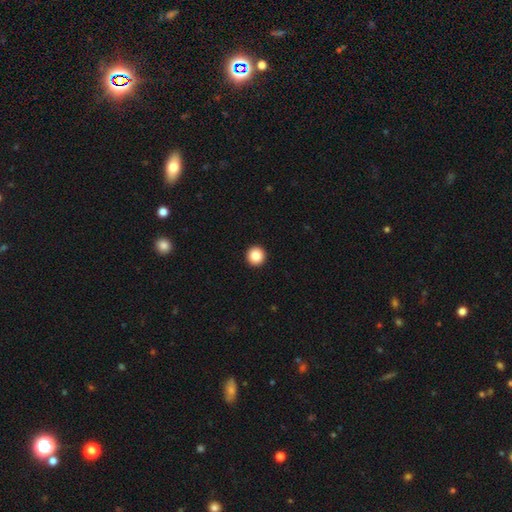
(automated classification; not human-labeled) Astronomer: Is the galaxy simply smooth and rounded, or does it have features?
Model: smooth — 86%.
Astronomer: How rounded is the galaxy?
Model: round — 96%.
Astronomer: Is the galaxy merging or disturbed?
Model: none — 94%.